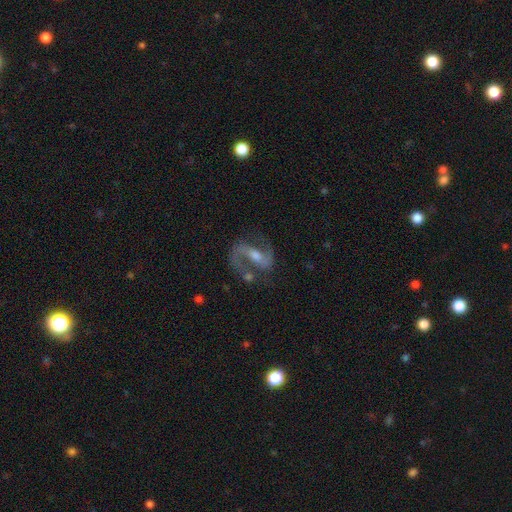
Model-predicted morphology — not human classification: smooth_or_featured: featured or disk (p=0.88) [alt: star or artifact p=0.07]
disk_edge_on: no (p=0.97) [alt: yes p=0.03]
bar: weak (p=0.41) [alt: strong p=0.40]
has_spiral_arms: yes (p=0.97) [alt: no p=0.03]
spiral_winding: medium (p=0.56) [alt: loose p=0.30]
spiral_arm_count: 2 (p=0.90) [alt: 1 p=0.04]
bulge_size: moderate (p=0.50) [alt: small p=0.39]
merging: none (p=0.70) [alt: minor disturbance p=0.14]